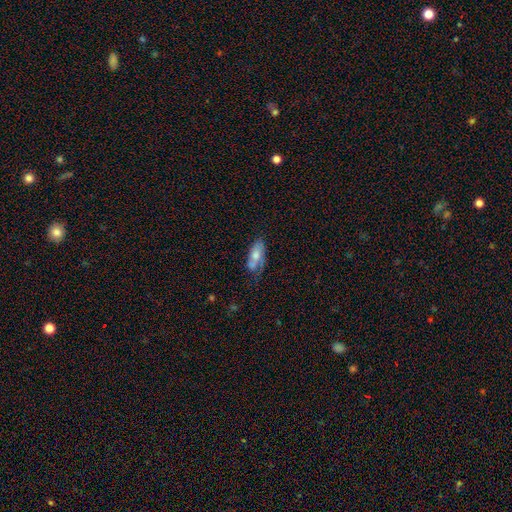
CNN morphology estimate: Overall: smooth (60%; featured or disk 33%). How rounded: in between (85%). Merging: none (41%; minor disturbance 31%).